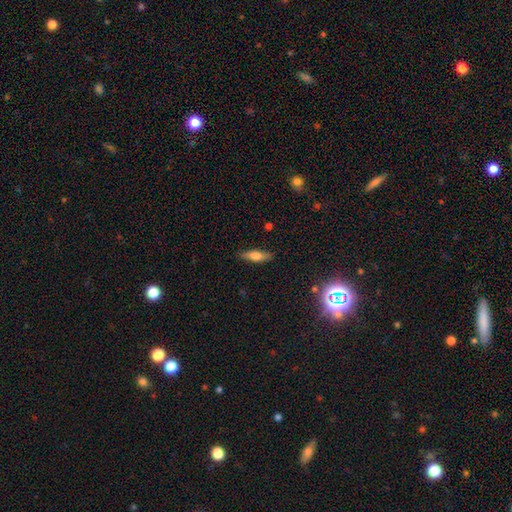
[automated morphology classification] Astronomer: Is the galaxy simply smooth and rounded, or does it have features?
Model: smooth — 67%.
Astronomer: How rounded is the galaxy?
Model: cigar-shaped — 53% (runner-up: in between, 44%).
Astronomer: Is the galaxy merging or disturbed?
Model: none — 84%.